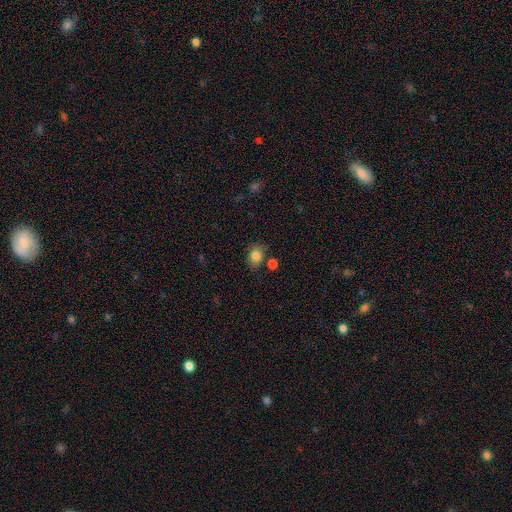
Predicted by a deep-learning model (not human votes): Smooth or featured? Predicted: smooth (p=0.83). How rounded? Predicted: in between (p=0.61). Merging? Predicted: none (p=0.68).